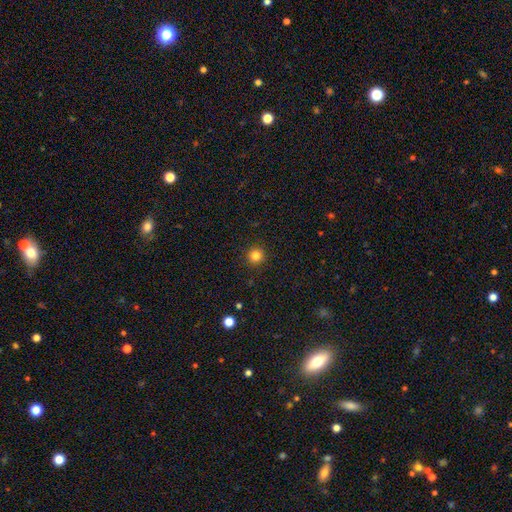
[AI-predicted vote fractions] smooth_or_featured: smooth (p=0.83) [alt: star or artifact p=0.13]
how_rounded: round (p=0.95) [alt: in between p=0.04]
merging: none (p=0.92) [alt: minor disturbance p=0.05]